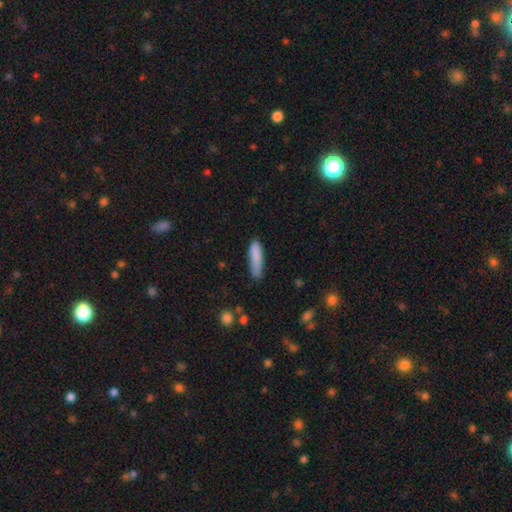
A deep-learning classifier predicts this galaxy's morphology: Smooth or featured: smooth — 85% (featured or disk — 8%)
How rounded: cigar-shaped — 77% (in between — 22%)
Merging: none — 67% (minor disturbance — 25%)